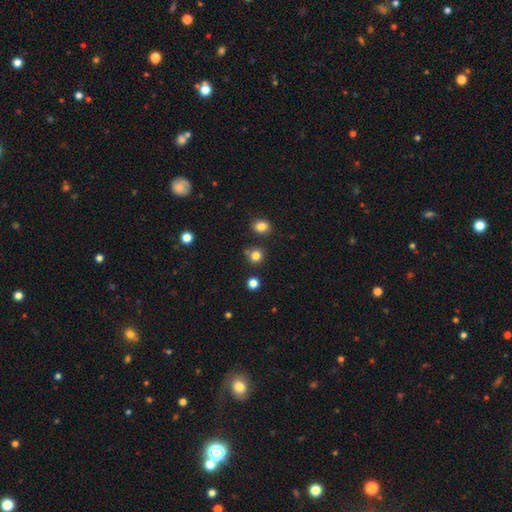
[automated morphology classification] Smooth or featured? smooth (81%)
How rounded? round (89%)
Merging? none (80%)